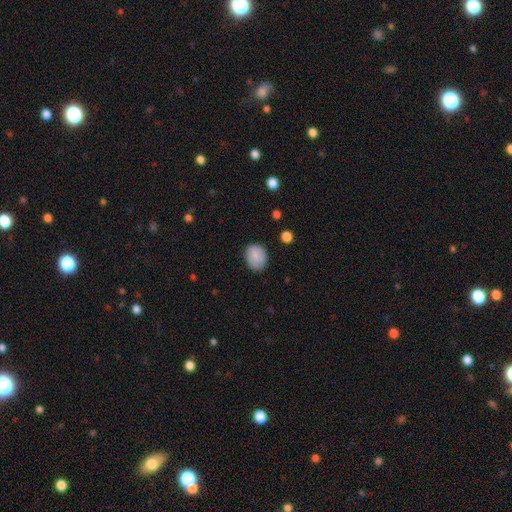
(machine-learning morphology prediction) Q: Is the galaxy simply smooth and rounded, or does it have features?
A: smooth — 86%.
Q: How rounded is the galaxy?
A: in between — 52%.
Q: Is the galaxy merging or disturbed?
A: none — 82%.